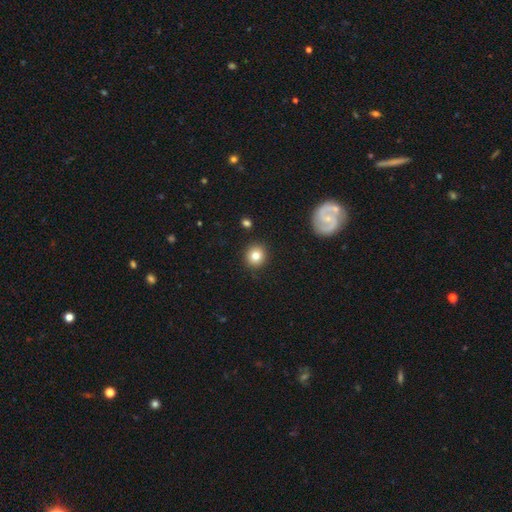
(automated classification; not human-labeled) smooth-or-featured: smooth: 81% | star or artifact: 11% | featured or disk: 9%
  how-rounded: round: 89% | in between: 10% | cigar-shaped: 1%
  merging: none: 89% | minor disturbance: 7% | major disturbance: 2% | merger: 2%